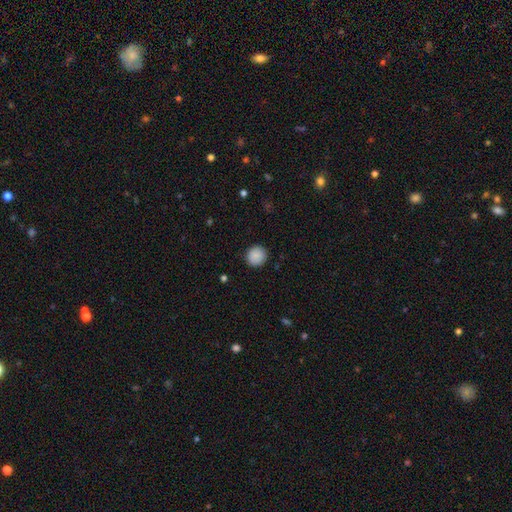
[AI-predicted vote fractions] Smooth or featured? Predicted: smooth (p=0.89). How rounded? Predicted: round (p=0.93). Merging? Predicted: none (p=0.91).